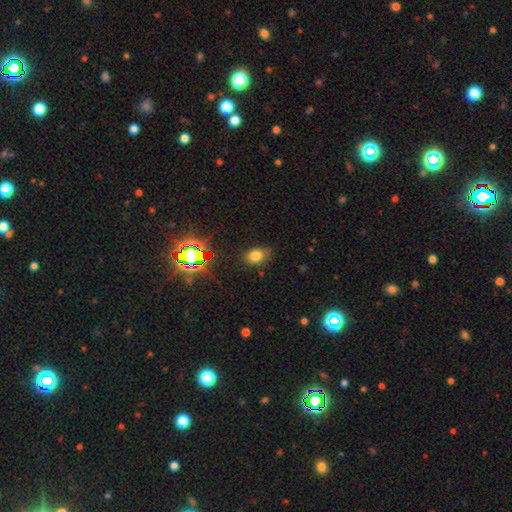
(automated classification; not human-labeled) Morphology: type=smooth (74%); roundness=in between (69%); merging=none (77%).